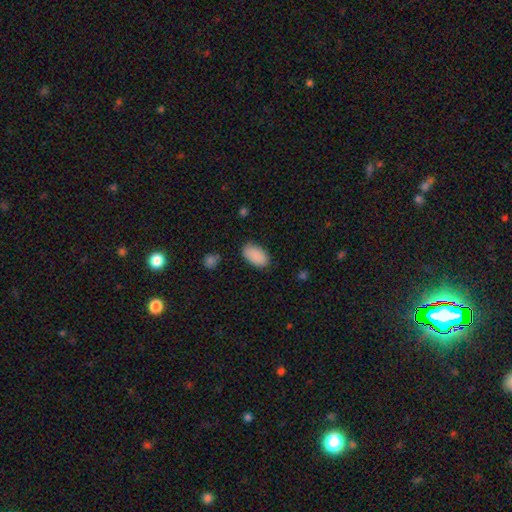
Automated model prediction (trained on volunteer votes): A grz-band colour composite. It shows a smooth galaxy with no disk features (90%) that is in between round and cigar-shaped (95%). Merging: none (83%).